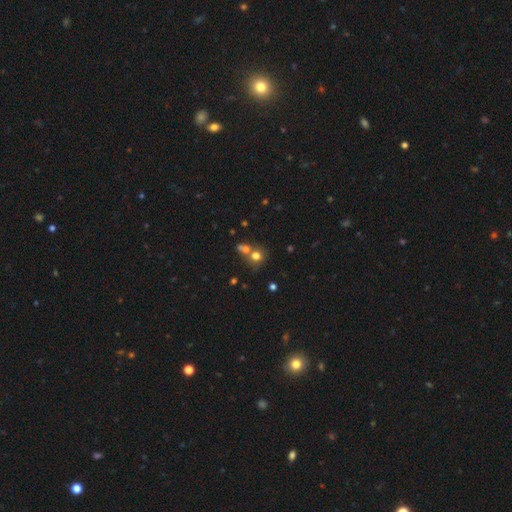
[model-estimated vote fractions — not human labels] smooth 72%, star or artifact 15%, featured or disk 13%. Down the decision tree: how rounded — round (78%); merging — merger (48%).